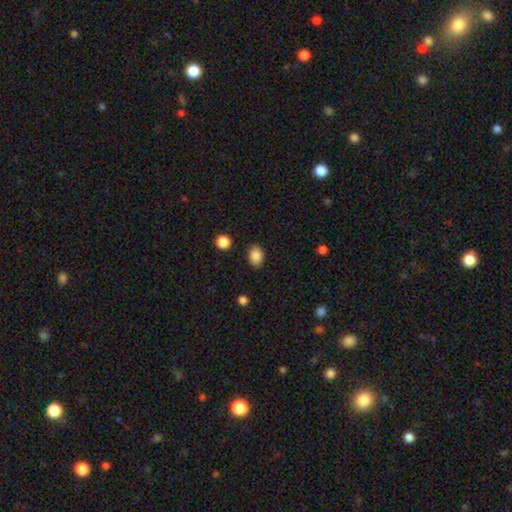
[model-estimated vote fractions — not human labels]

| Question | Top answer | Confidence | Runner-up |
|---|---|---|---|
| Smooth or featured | smooth | 86% | star or artifact (9%) |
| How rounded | in between | 73% | round (26%) |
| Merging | none | 86% | minor disturbance (10%) |